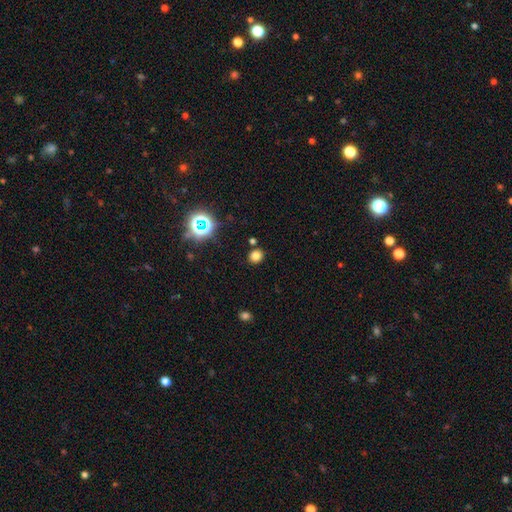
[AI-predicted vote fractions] Morphology: type=smooth (76%); roundness=round (73%); merging=none (85%).